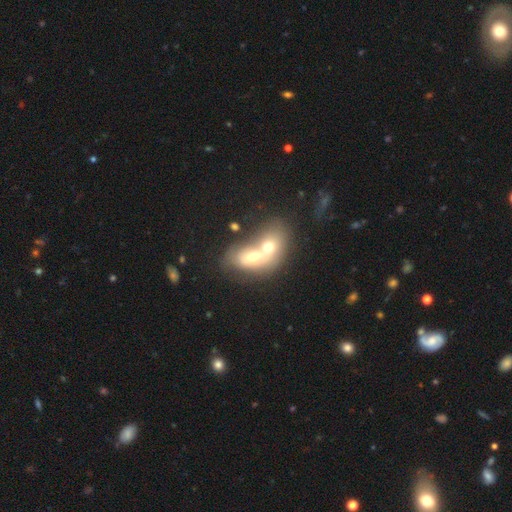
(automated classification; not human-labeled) Smooth or featured? Predicted: smooth (p=0.55). How rounded? Predicted: in between (p=0.71). Merging? Predicted: merger (p=0.79).